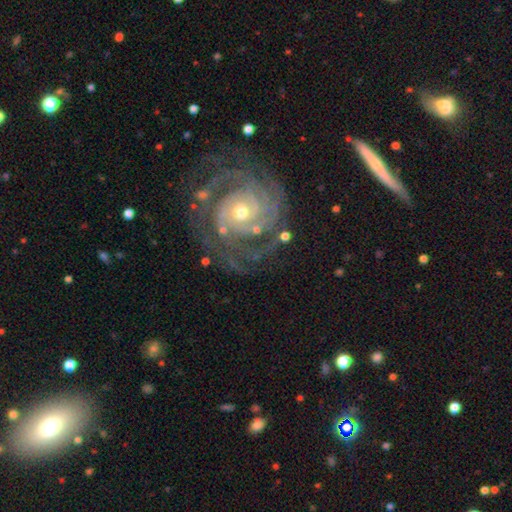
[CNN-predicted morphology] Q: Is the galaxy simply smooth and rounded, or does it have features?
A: featured or disk — 89%.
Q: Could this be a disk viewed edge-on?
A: no — 97%.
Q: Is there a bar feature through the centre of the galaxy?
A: no — 67%.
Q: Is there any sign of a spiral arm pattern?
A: yes — 97%.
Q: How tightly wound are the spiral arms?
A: tight — 73%.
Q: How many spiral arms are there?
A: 2 — 31%.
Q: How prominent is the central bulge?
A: moderate — 48%.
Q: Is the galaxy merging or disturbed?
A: none — 73%.